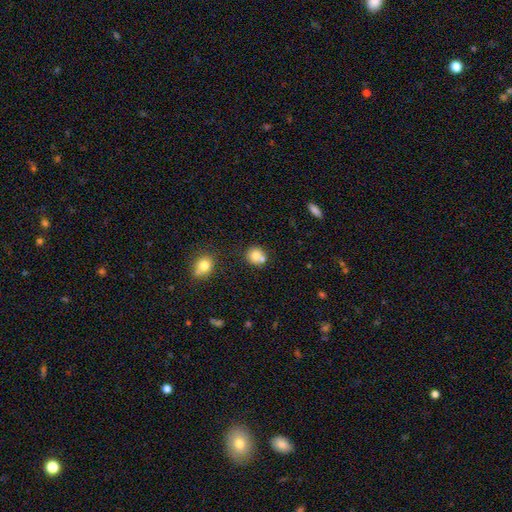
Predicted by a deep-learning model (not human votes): This is likely a smooth galaxy (78%). How rounded: clearly round (83%). Merging: possibly none (55%).